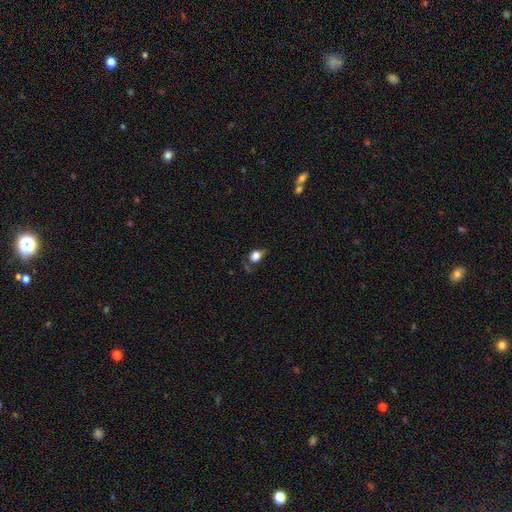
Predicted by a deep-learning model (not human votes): This appears to be a smooth galaxy with no disk features (79%) that is in between round and cigar-shaped (53%). Merging: none (51%).